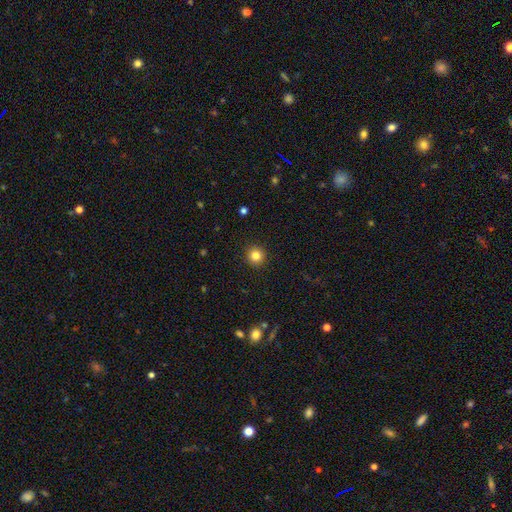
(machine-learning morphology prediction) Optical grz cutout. It shows a smooth galaxy with no disk features (83%) that is round (95%). Merging: none (93%).